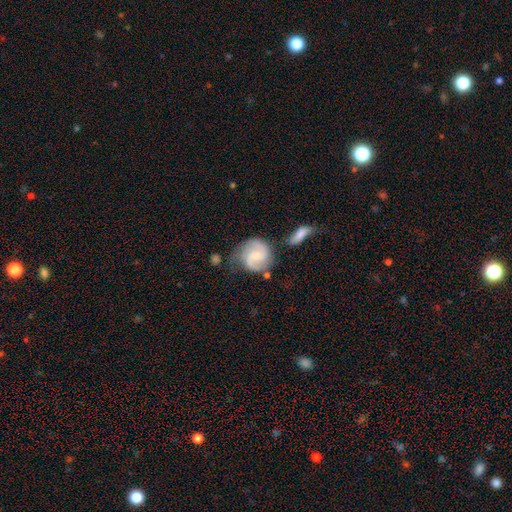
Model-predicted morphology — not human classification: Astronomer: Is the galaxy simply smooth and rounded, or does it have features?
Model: featured or disk — 76%.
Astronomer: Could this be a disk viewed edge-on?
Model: no — 98%.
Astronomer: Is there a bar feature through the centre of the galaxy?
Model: weak — 47% (runner-up: no, 43%).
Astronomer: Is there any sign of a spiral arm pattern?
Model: yes — 95%.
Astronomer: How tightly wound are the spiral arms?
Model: medium — 52%.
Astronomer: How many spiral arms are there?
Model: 2 — 88%.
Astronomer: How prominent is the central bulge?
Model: small — 60%.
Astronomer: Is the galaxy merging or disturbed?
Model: none — 64%.